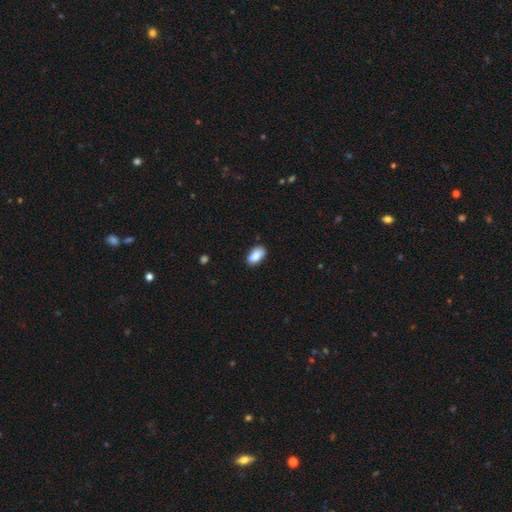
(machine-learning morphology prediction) A smooth galaxy with no disk features (87%) that is in between round and cigar-shaped (92%).

Vote fractions:
- Smooth or featured? smooth: 87% / star or artifact: 7% / featured or disk: 6%
- How rounded? in between: 92% / cigar-shaped: 4% / round: 4%
- Merging? none: 81% / minor disturbance: 15% / major disturbance: 3% / merger: 1%